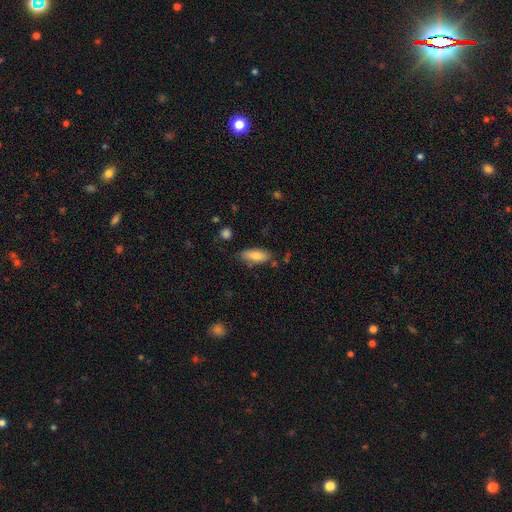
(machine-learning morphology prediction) Smooth or featured: smooth — 80% (featured or disk — 13%)
How rounded: in between — 74% (cigar-shaped — 24%)
Merging: none — 75% (minor disturbance — 18%)